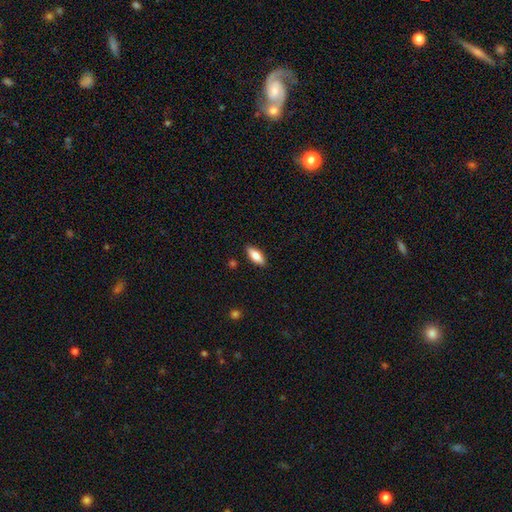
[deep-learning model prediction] A smooth galaxy with no disk features (78%) that is in between round and cigar-shaped (73%).

Vote fractions:
- Smooth or featured? smooth: 78% / featured or disk: 15% / star or artifact: 6%
- How rounded? in between: 73% / cigar-shaped: 25% / round: 2%
- Merging? none: 89% / minor disturbance: 8% / major disturbance: 2% / merger: 1%